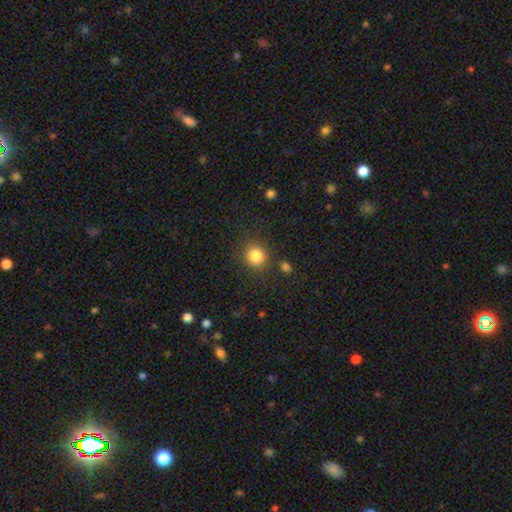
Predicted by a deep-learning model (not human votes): Morphology: type=smooth (84%); roundness=round (91%); merging=none (83%).